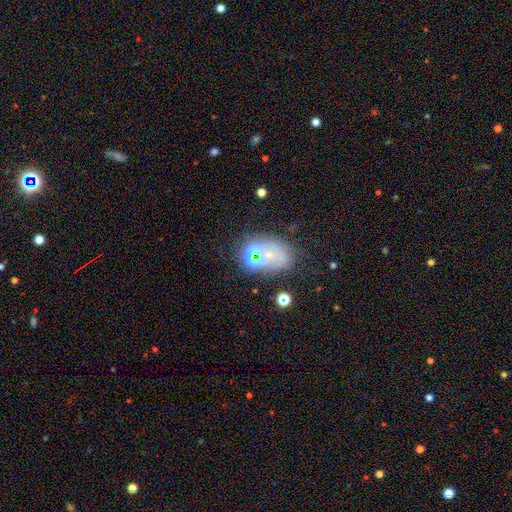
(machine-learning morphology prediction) Smooth or featured?
  - star or artifact: 39% *
  - smooth: 38%
  - featured or disk: 23%